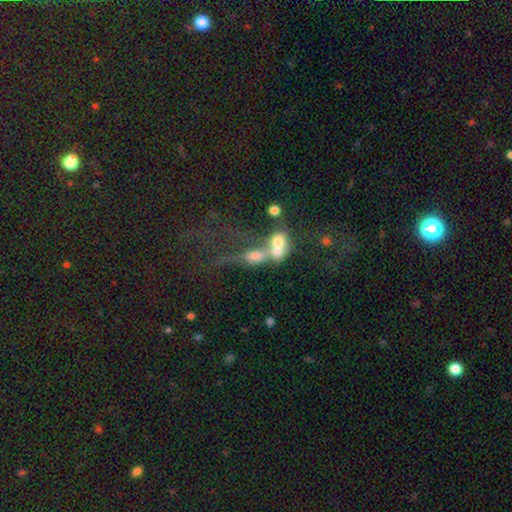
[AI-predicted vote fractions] Smooth or featured: smooth — 43% (featured or disk — 38%)
Merging: merger — 67% (major disturbance — 15%)